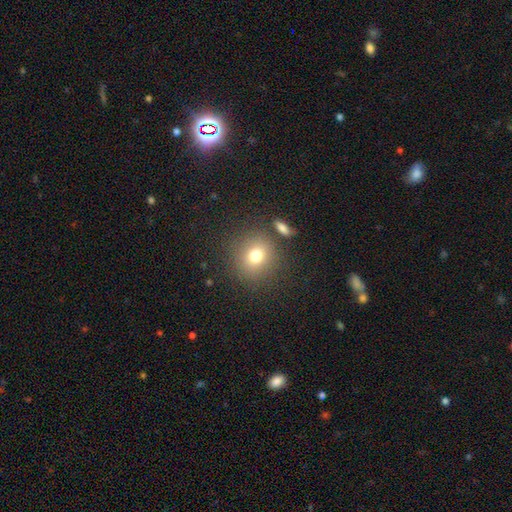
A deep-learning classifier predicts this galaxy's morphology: A smooth galaxy with no disk features (76%) that is round (84%).

Vote fractions:
- Smooth or featured? smooth: 76% / star or artifact: 14% / featured or disk: 11%
- How rounded? round: 84% / in between: 15% / cigar-shaped: 1%
- Merging? none: 81% / minor disturbance: 9% / merger: 6% / major disturbance: 4%